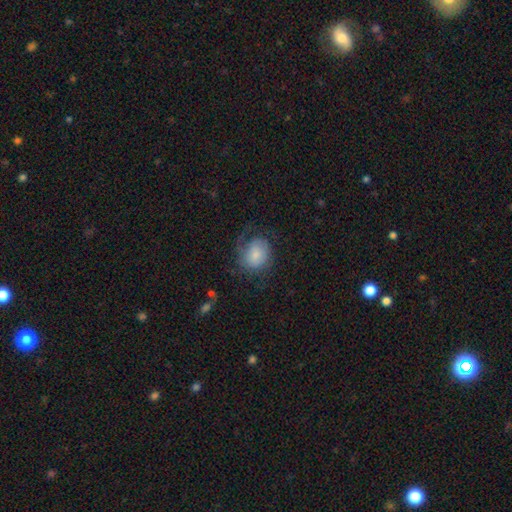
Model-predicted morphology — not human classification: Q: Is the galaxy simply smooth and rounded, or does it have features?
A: smooth — 55%.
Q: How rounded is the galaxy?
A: round — 58%.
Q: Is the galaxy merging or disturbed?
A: none — 47%.